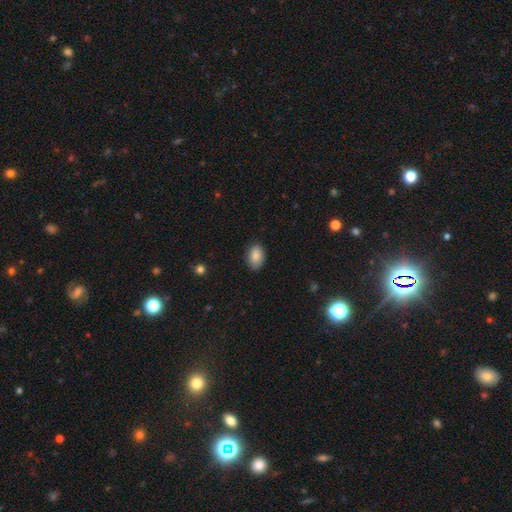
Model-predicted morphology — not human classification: The model was most divided on "merging": none: 85%, minor disturbance: 12%, major disturbance: 2%, merger: 1%. More confident: how rounded — in between (88%); smooth or featured — smooth (88%).